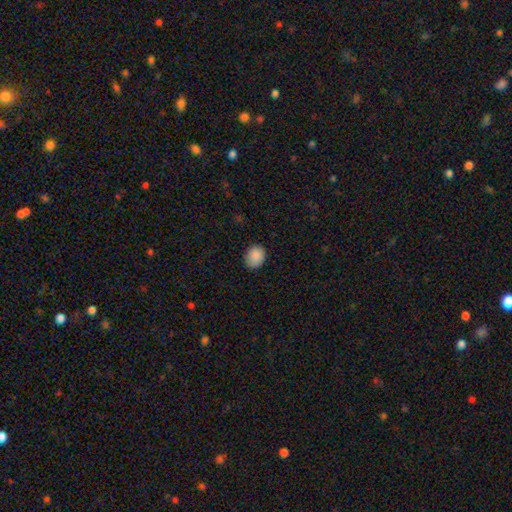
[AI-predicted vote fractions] smooth 89%, star or artifact 8%, featured or disk 3%. Down the decision tree: how rounded — round (61%); merging — none (82%).